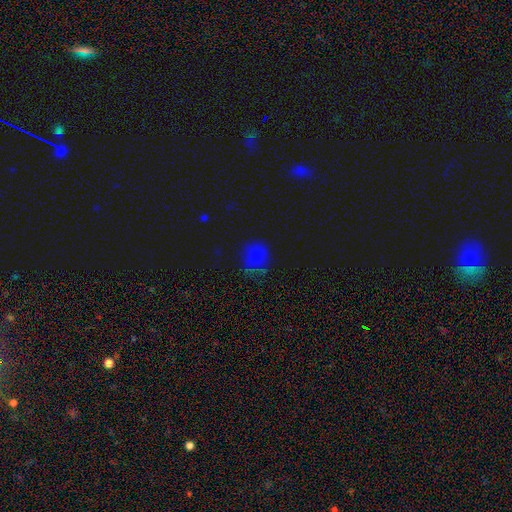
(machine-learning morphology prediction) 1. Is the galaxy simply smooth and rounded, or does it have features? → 61% smooth, 27% star or artifact, 12% featured or disk.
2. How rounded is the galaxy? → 69% round, 30% in between, 1% cigar-shaped.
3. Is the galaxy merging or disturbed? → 61% none, 24% minor disturbance, 12% major disturbance, 3% merger.